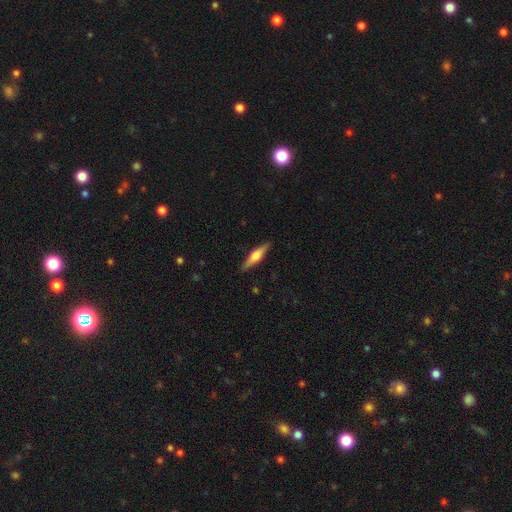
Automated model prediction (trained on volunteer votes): featured or disk 55%, smooth 39%, star or artifact 6%. Down the decision tree: edge-on disk — yes (96%); edge-on bulge — rounded (85%); merging — none (89%).